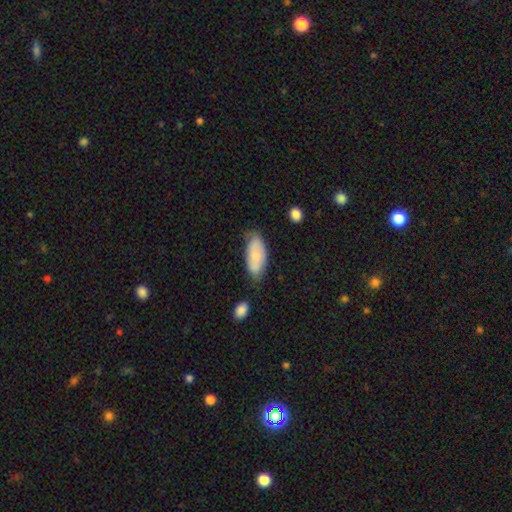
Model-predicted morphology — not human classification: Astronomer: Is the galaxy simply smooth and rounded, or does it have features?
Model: smooth — 70%.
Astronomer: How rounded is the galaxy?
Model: in between — 89%.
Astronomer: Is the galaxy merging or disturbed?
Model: none — 61%.